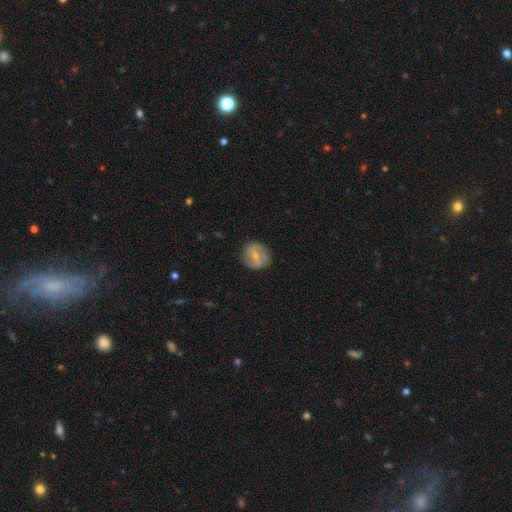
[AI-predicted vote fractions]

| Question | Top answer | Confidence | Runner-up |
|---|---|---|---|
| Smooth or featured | smooth | 50% | featured or disk (43%) |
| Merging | none | 82% | minor disturbance (13%) |